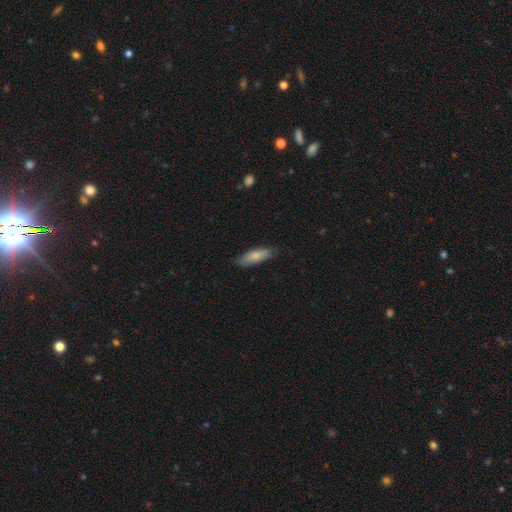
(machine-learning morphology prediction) Smooth or featured?
  - smooth: 79% *
  - featured or disk: 15%
  - star or artifact: 6%
How rounded?
  - in between: 59% *
  - cigar-shaped: 40%
  - round: 2%
Merging?
  - none: 79% *
  - minor disturbance: 17%
  - major disturbance: 3%
  - merger: 1%